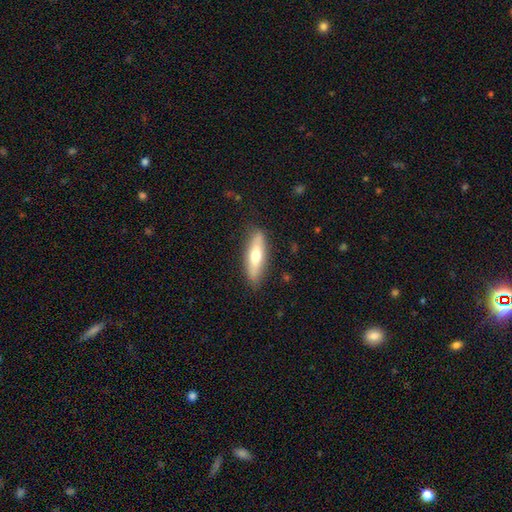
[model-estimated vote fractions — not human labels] A smooth galaxy with no disk features (57%) that is cigar-shaped (58%). Merging: none (84%).